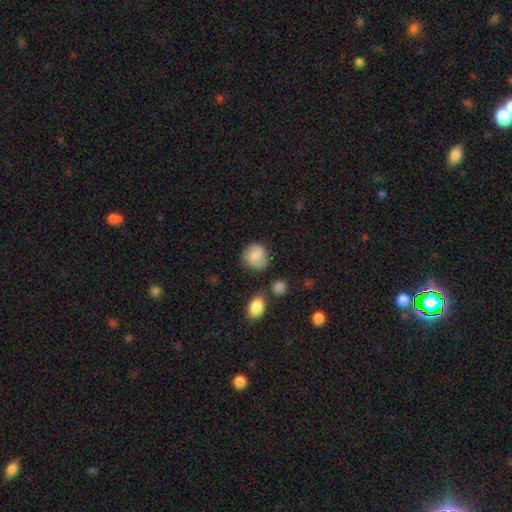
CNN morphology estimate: A smooth galaxy with no disk features (68%) that is round (84%).

Vote fractions:
- Smooth or featured? smooth: 68% / featured or disk: 24% / star or artifact: 8%
- How rounded? round: 84% / in between: 15% / cigar-shaped: 1%
- Merging? none: 75% / minor disturbance: 16% / major disturbance: 5% / merger: 4%